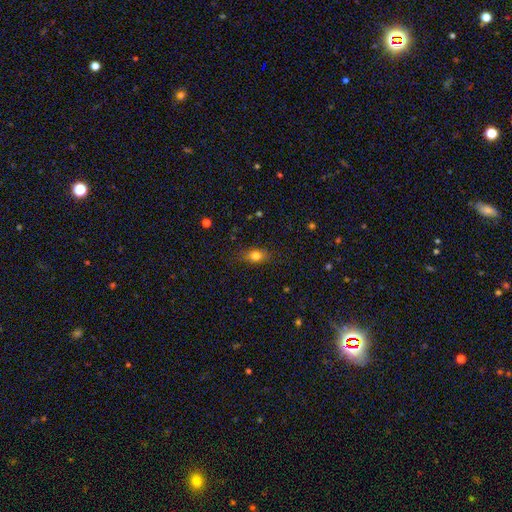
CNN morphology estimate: smooth_or_featured: smooth (p=0.76) [alt: star or artifact p=0.12]
how_rounded: in between (p=0.71) [alt: round p=0.22]
merging: none (p=0.80) [alt: minor disturbance p=0.15]